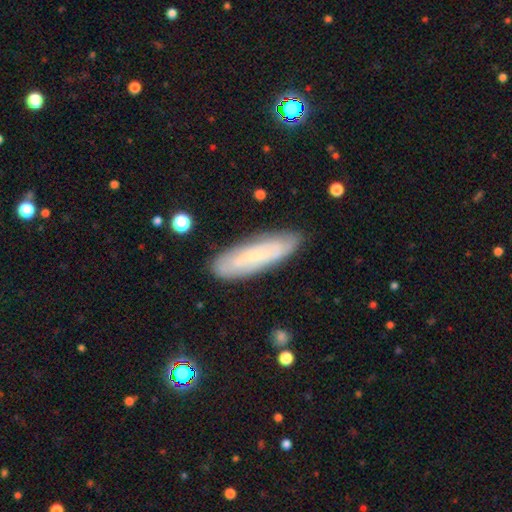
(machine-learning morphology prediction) Q: Smooth or featured?
A: smooth (47%); runner-up: featured or disk (44%)
Q: Merging?
A: none (83%); runner-up: minor disturbance (13%)